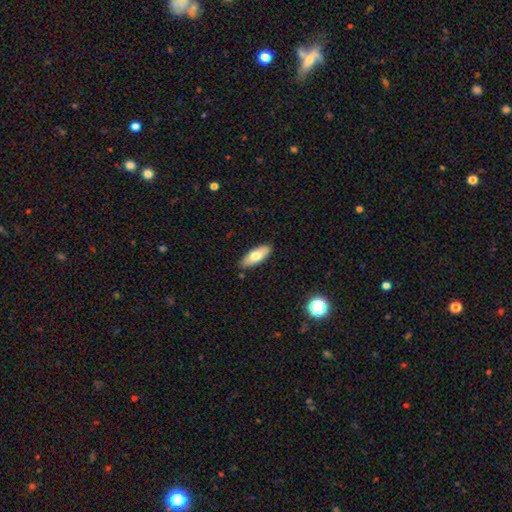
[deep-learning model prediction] Smooth or featured? smooth (69%)
How rounded? in between (75%)
Merging? none (86%)